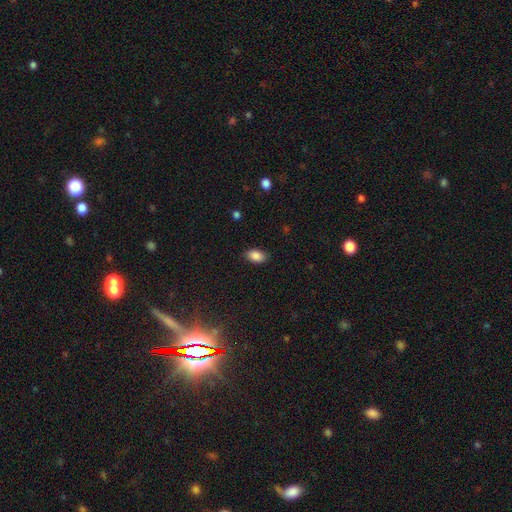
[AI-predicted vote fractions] Smooth or featured: smooth — 87% (star or artifact — 8%)
How rounded: in between — 91% (round — 8%)
Merging: none — 84% (minor disturbance — 12%)